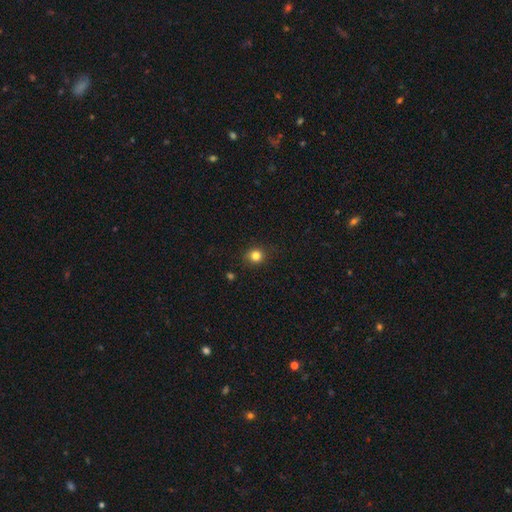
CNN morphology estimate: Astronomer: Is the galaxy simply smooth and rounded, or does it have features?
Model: smooth — 83%.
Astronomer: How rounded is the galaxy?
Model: round — 87%.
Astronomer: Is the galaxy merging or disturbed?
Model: none — 89%.